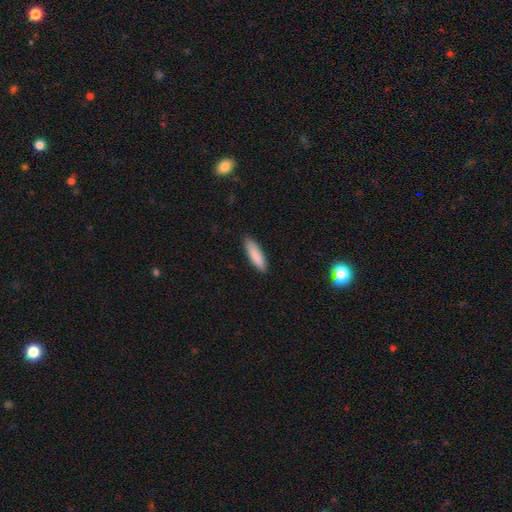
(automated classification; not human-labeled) This is clearly a smooth galaxy (88%). How rounded: likely cigar-shaped (63%). Merging: clearly none (88%).